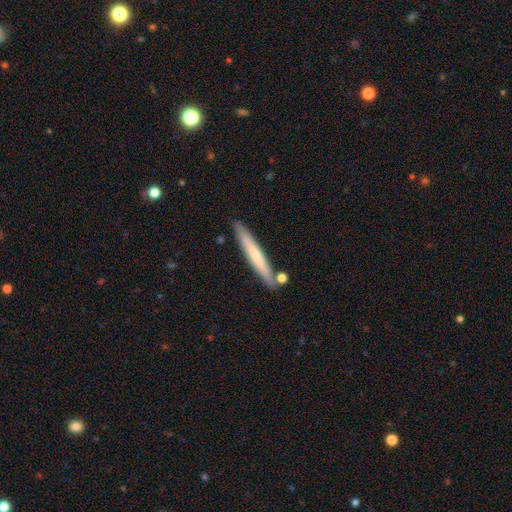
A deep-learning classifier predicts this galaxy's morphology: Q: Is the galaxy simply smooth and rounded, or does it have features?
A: smooth — 56%.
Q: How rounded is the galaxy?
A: cigar-shaped — 95%.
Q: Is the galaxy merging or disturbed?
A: none — 84%.